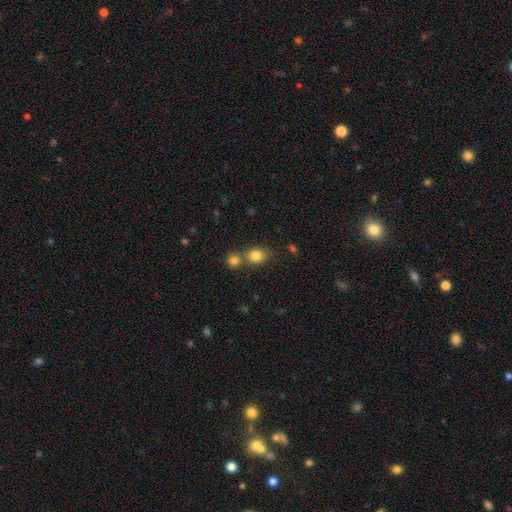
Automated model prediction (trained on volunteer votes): smooth-or-featured: smooth: 82% | star or artifact: 11% | featured or disk: 7%
  how-rounded: round: 57% | in between: 42% | cigar-shaped: 1%
  merging: none: 56% | merger: 32% | minor disturbance: 9% | major disturbance: 3%